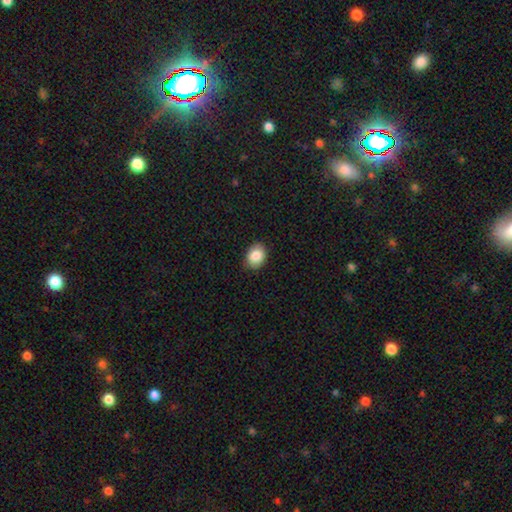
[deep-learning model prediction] Morphology: type=smooth (86%); roundness=in between (66%); merging=none (86%).